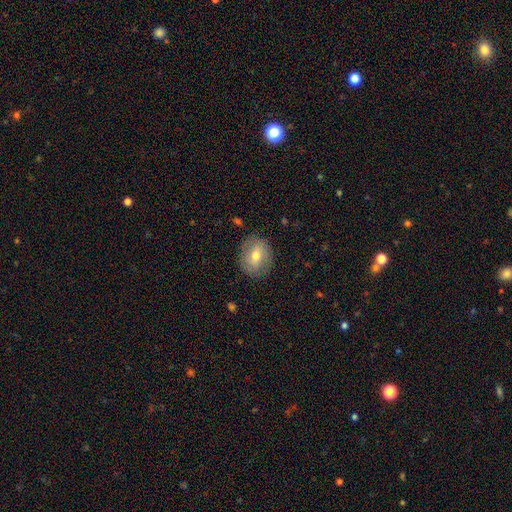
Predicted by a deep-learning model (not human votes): A smooth galaxy with no disk features (61%) that is in between round and cigar-shaped (50%).

Vote fractions:
- Smooth or featured? smooth: 61% / featured or disk: 31% / star or artifact: 8%
- How rounded? in between: 50% / round: 49% / cigar-shaped: 1%
- Merging? none: 81% / minor disturbance: 13% / major disturbance: 4% / merger: 1%